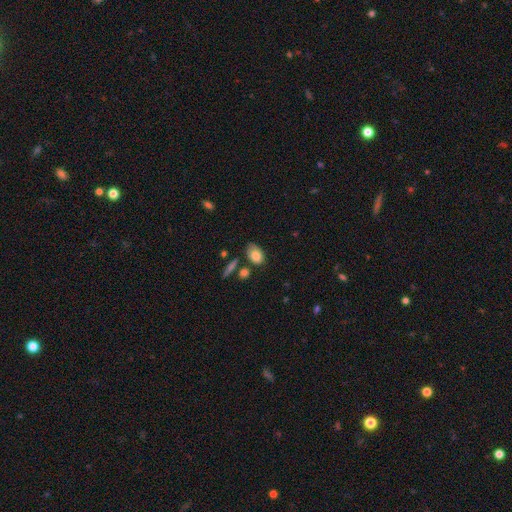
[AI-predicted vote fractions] smooth_or_featured: smooth (p=0.80) [alt: featured or disk p=0.12]
how_rounded: in between (p=0.84) [alt: round p=0.14]
merging: none (p=0.61) [alt: minor disturbance p=0.22]